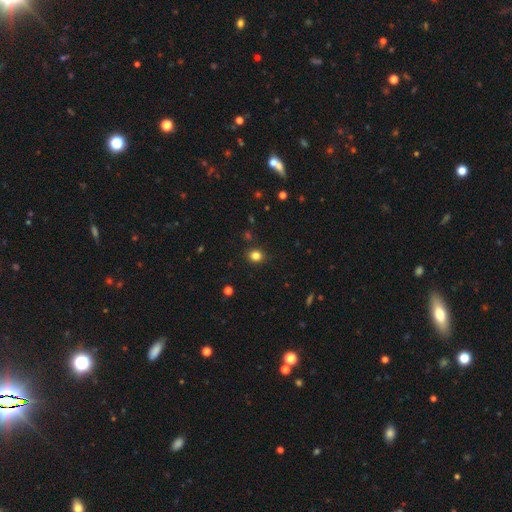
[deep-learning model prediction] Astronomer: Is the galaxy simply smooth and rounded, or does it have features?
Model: smooth — 82%.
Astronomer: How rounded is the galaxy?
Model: round — 77%.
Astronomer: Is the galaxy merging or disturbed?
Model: none — 89%.